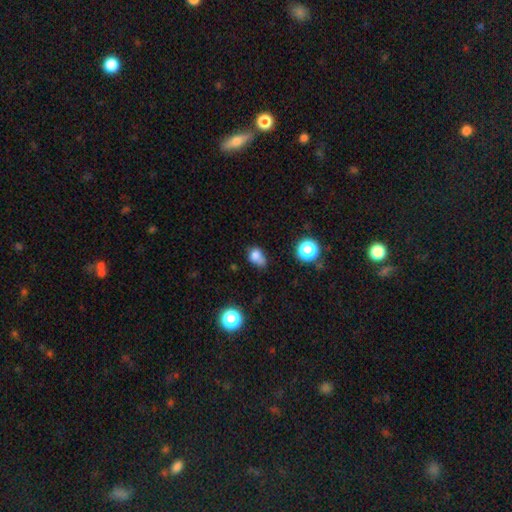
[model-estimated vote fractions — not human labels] smooth 76%, star or artifact 14%, featured or disk 10%. Down the decision tree: how rounded — in between (55%); merging — none (36%).